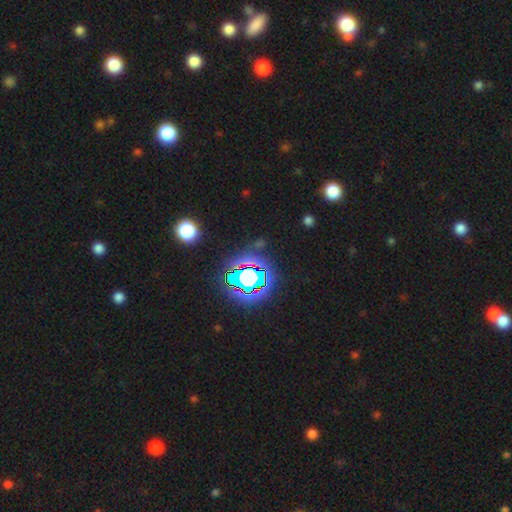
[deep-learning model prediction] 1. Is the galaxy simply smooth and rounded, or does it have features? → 82% star or artifact, 11% smooth, 7% featured or disk.